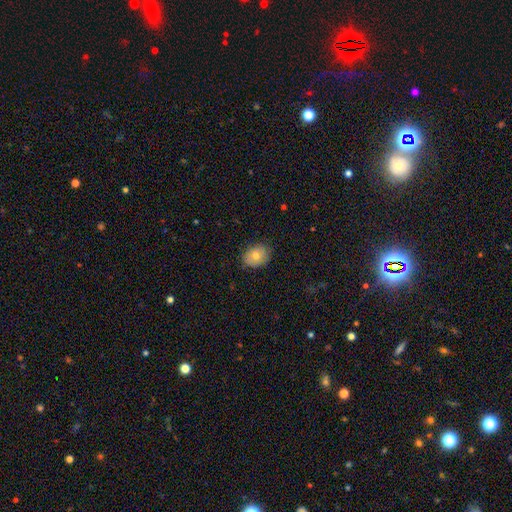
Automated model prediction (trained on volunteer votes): Overall: smooth (74%). How rounded: round (51%; in between 48%). Merging: none (82%).